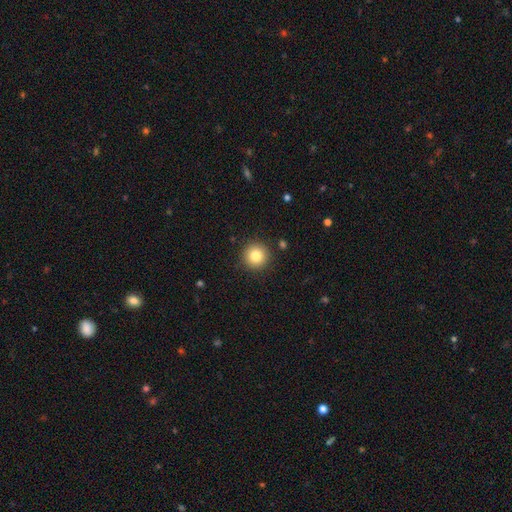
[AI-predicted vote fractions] Smooth or featured? smooth (83%)
How rounded? round (95%)
Merging? none (90%)